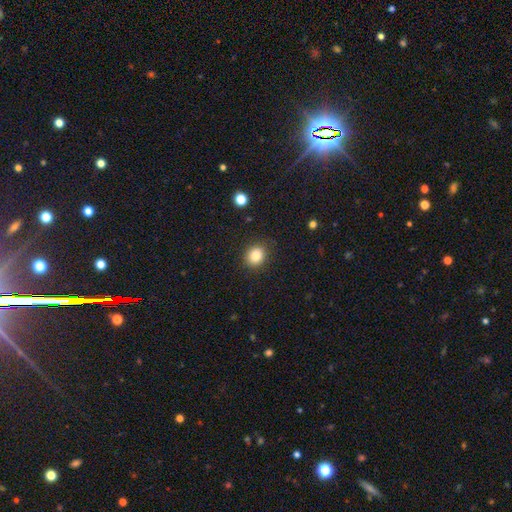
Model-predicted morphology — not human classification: A smooth galaxy with no disk features (85%) that is round (69%).

Vote fractions:
- Smooth or featured? smooth: 85% / star or artifact: 10% / featured or disk: 5%
- How rounded? round: 69% / in between: 30% / cigar-shaped: 1%
- Merging? none: 87% / minor disturbance: 9% / major disturbance: 3% / merger: 1%